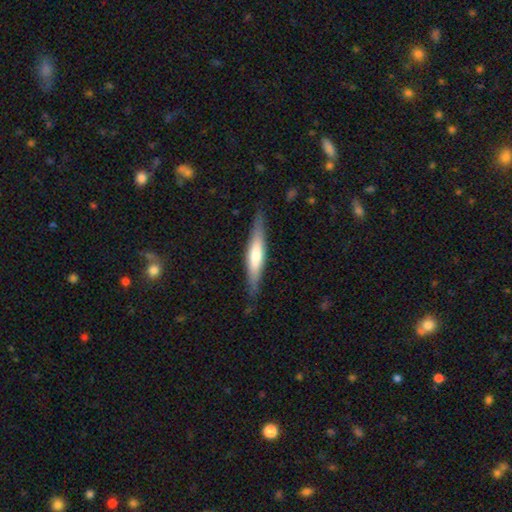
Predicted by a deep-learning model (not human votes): Q: Smooth or featured?
A: smooth (52%); runner-up: featured or disk (42%)
Q: How rounded?
A: cigar-shaped (87%); runner-up: in between (11%)
Q: Merging?
A: none (83%); runner-up: minor disturbance (13%)